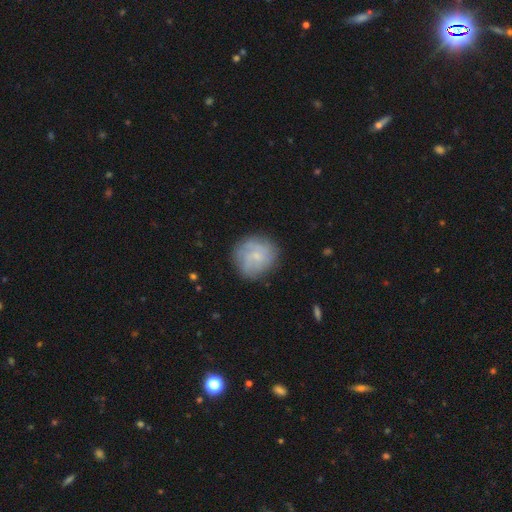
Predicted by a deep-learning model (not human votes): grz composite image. It shows a featured or disk galaxy (47%). Merging: none (75%).